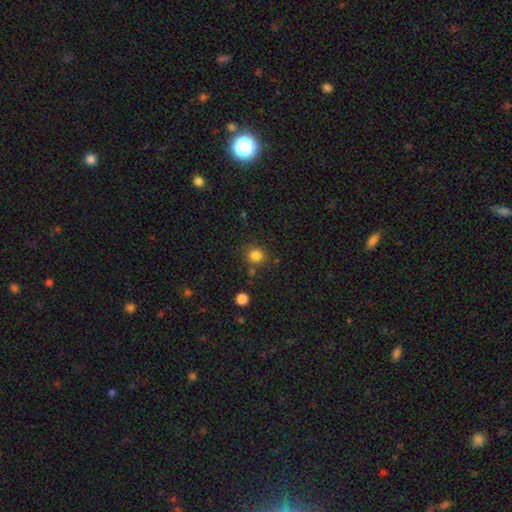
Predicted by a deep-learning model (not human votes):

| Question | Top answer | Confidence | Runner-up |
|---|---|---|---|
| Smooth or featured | smooth | 83% | star or artifact (13%) |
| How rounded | round | 88% | in between (12%) |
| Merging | none | 80% | minor disturbance (10%) |